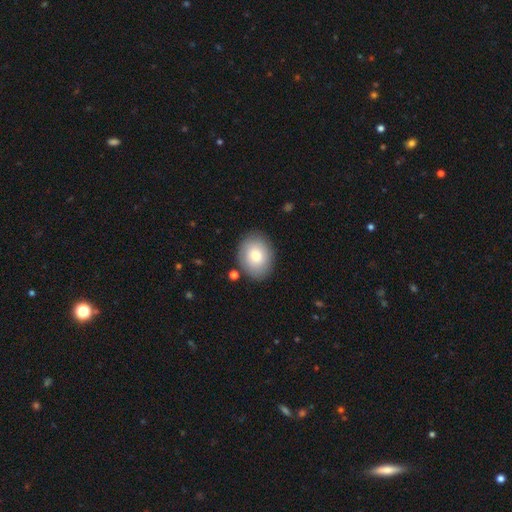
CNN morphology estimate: smooth_or_featured: smooth (p=0.79) [alt: featured or disk p=0.13]
how_rounded: in between (p=0.58) [alt: round p=0.41]
merging: none (p=0.84) [alt: minor disturbance p=0.10]